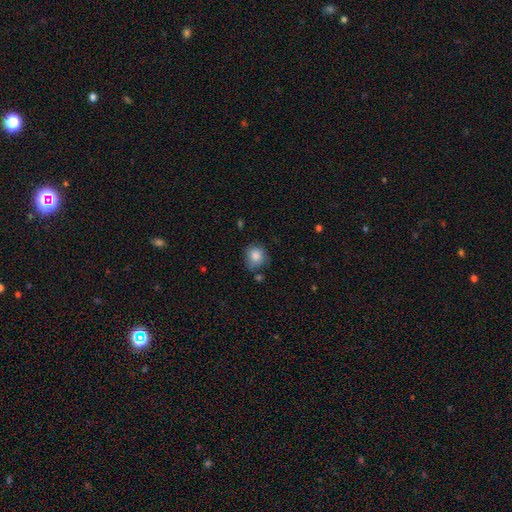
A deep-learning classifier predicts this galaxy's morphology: This is clearly a smooth galaxy (83%). How rounded: clearly round (83%). Merging: likely none (66%).